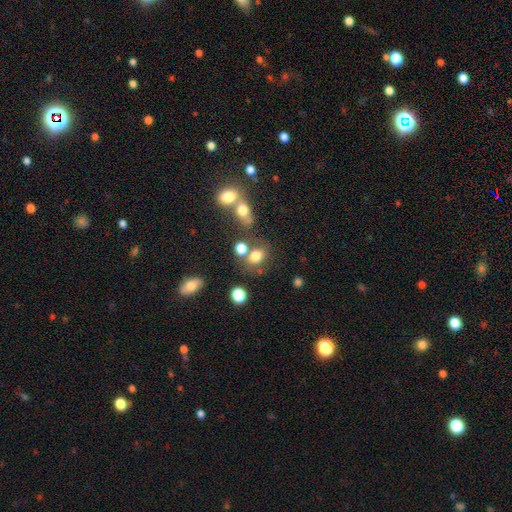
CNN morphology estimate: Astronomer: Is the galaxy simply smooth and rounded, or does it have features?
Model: smooth — 74%.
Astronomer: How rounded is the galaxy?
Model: in between — 57% (runner-up: round, 41%).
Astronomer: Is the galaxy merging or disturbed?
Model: none — 53%.